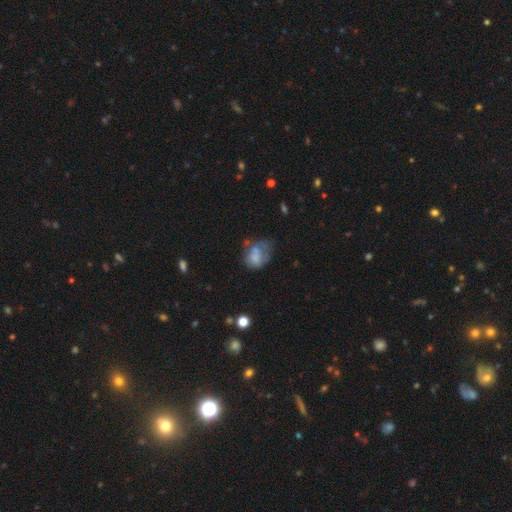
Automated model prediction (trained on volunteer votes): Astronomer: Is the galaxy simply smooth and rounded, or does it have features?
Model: smooth — 60%.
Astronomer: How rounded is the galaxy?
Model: in between — 63%.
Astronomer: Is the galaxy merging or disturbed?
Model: major disturbance — 29% (runner-up: none, 28%).